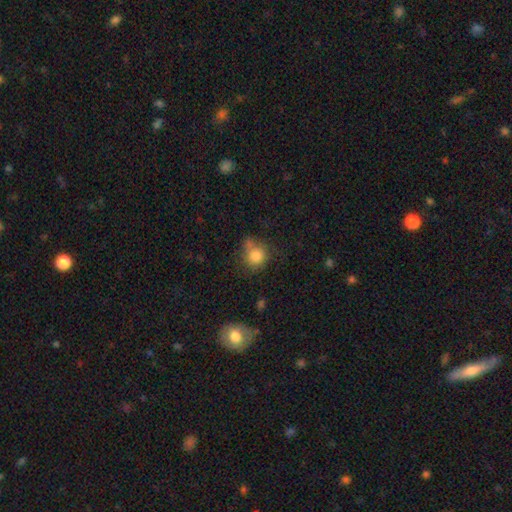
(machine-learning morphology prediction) smooth_or_featured: smooth (p=0.81) [alt: star or artifact p=0.11]
how_rounded: round (p=0.79) [alt: in between p=0.20]
merging: none (p=0.54) [alt: minor disturbance p=0.23]